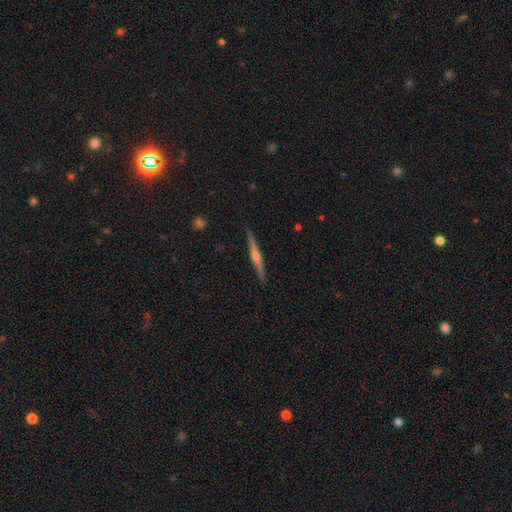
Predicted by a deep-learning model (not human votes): Smooth or featured: featured or disk — 77% (smooth — 17%)
Edge-on disk: yes — 98% (no — 2%)
Edge-on bulge: rounded — 87% (none — 9%)
Merging: none — 91% (minor disturbance — 7%)